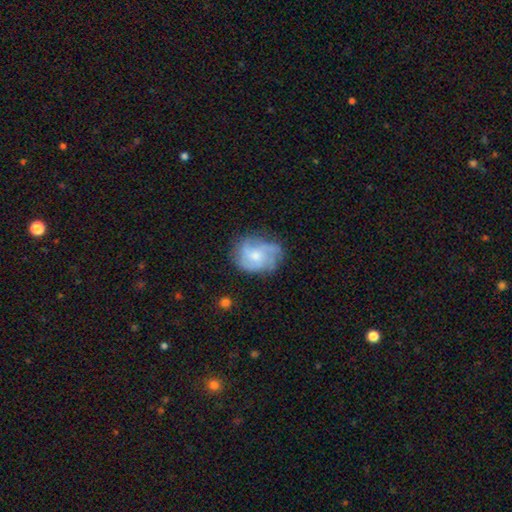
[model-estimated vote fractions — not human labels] Smooth or featured? featured or disk (73%)
Edge-on disk? no (98%)
Bar? no (71%)
Spiral arms? yes (91%)
Spiral winding? medium (46%)
Spiral arm count? 3 (36%)
Bulge size? moderate (51%)
Merging? none (65%)